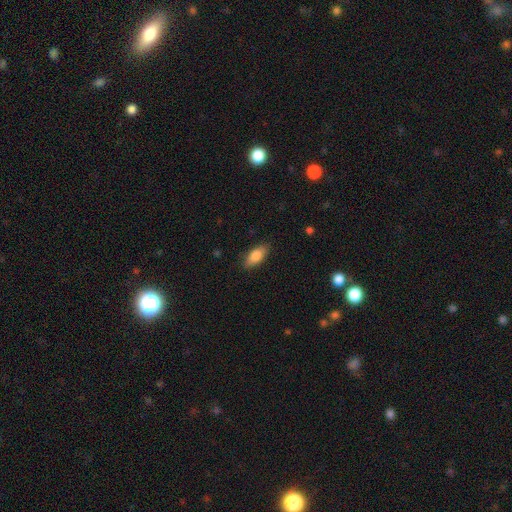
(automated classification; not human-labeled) This appears to be a smooth galaxy with no disk features (82%) that is in between round and cigar-shaped (83%). Merging: none (85%).